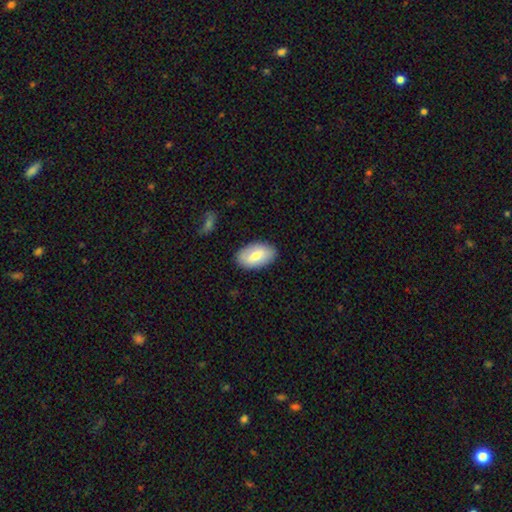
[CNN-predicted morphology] This is likely a smooth galaxy (70%). How rounded: clearly in between (94%). Merging: clearly none (86%).